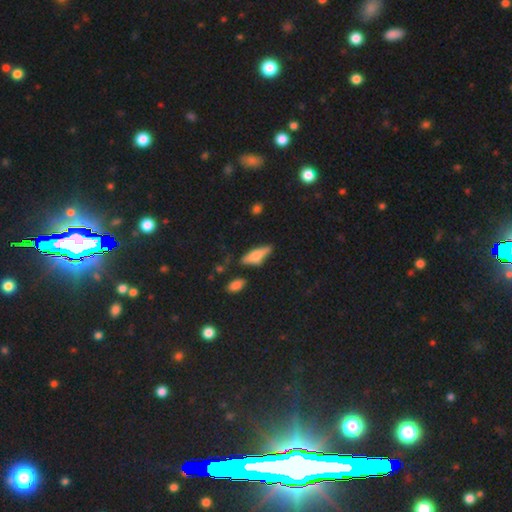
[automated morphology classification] smooth-or-featured: smooth: 57% | featured or disk: 35% | star or artifact: 8%
  how-rounded: in between: 53% | cigar-shaped: 44% | round: 3%
  merging: none: 68% | minor disturbance: 21% | major disturbance: 6% | merger: 4%